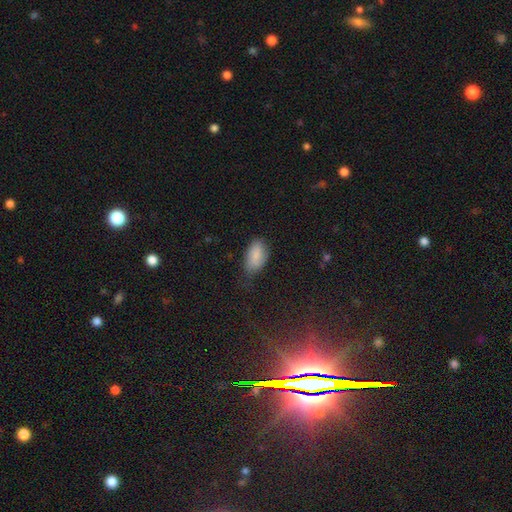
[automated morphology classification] Smooth or featured? Predicted: smooth (p=0.84). How rounded? Predicted: in between (p=0.93). Merging? Predicted: none (p=0.53).